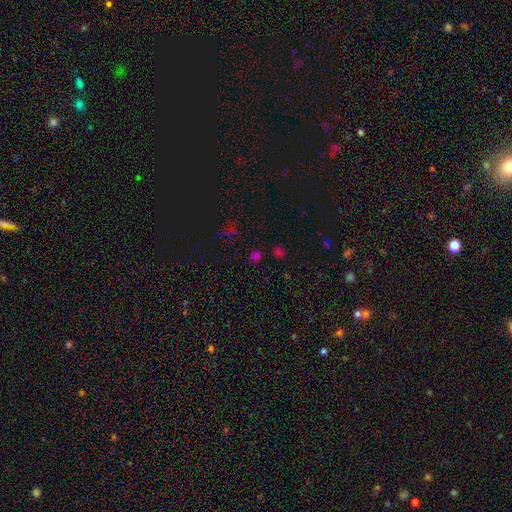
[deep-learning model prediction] Q: Smooth or featured?
A: star or artifact (48%); runner-up: smooth (46%)